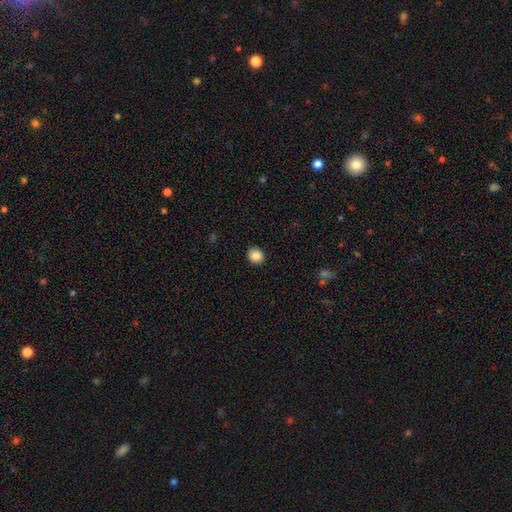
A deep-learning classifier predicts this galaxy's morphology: Overall: smooth (87%). How rounded: round (79%). Merging: none (91%).